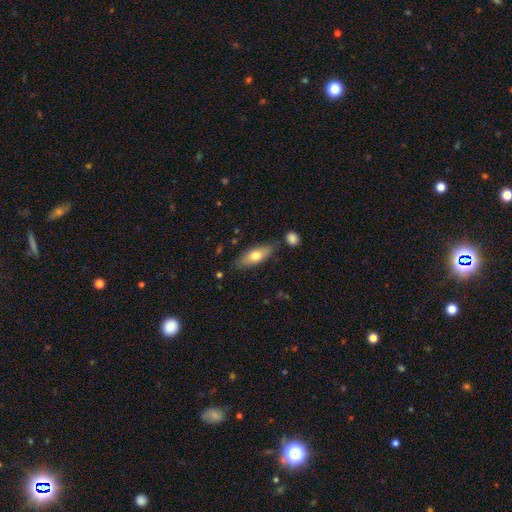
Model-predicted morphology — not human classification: smooth-or-featured: smooth: 68% | featured or disk: 26% | star or artifact: 6%
  how-rounded: in between: 64% | cigar-shaped: 33% | round: 3%
  merging: none: 77% | minor disturbance: 14% | merger: 5% | major disturbance: 3%